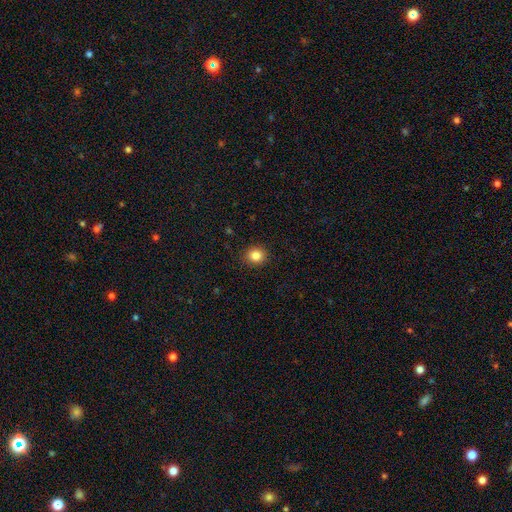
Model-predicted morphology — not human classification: Smooth or featured: smooth — 85% (star or artifact — 11%)
How rounded: round — 84% (in between — 15%)
Merging: none — 91% (minor disturbance — 6%)